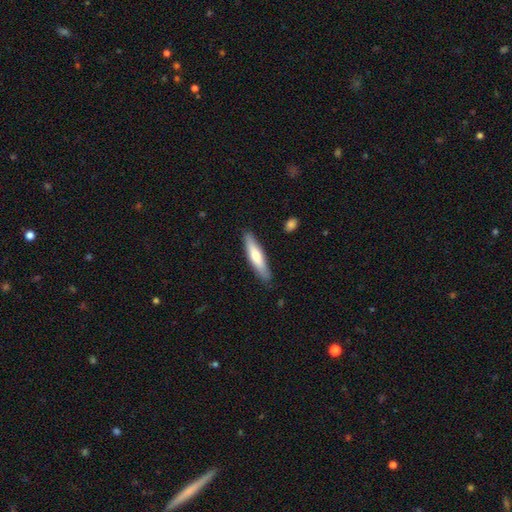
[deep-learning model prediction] A smooth galaxy with no disk features (62%) that is cigar-shaped (79%).

Vote fractions:
- Smooth or featured? smooth: 62% / featured or disk: 32% / star or artifact: 5%
- How rounded? cigar-shaped: 79% / in between: 19% / round: 1%
- Merging? none: 87% / minor disturbance: 10% / major disturbance: 2% / merger: 1%